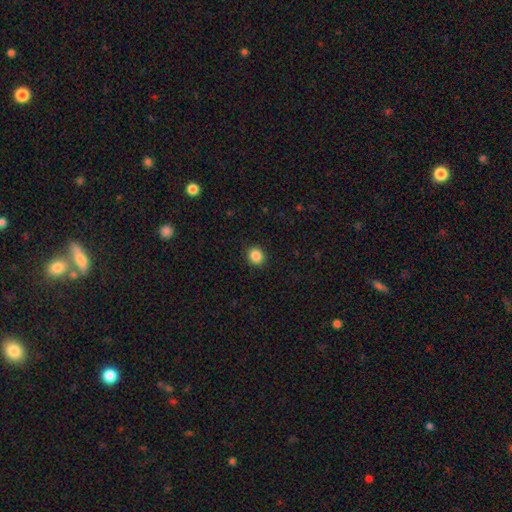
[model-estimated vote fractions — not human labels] Morphology: type=smooth (87%); roundness=round (80%); merging=none (91%).